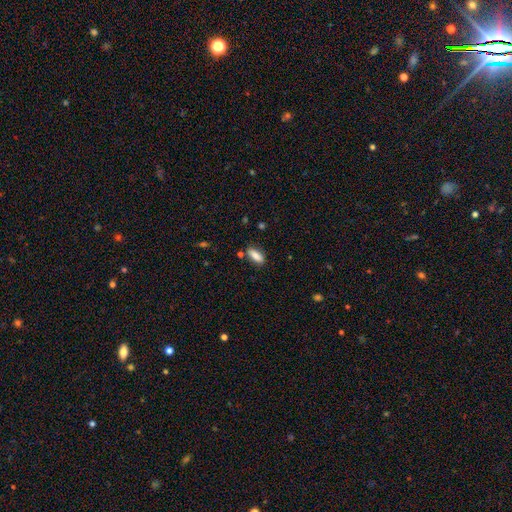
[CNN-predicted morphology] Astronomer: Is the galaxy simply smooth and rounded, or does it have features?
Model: smooth — 82%.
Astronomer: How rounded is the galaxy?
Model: in between — 67%.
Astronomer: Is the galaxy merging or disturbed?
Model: none — 80%.